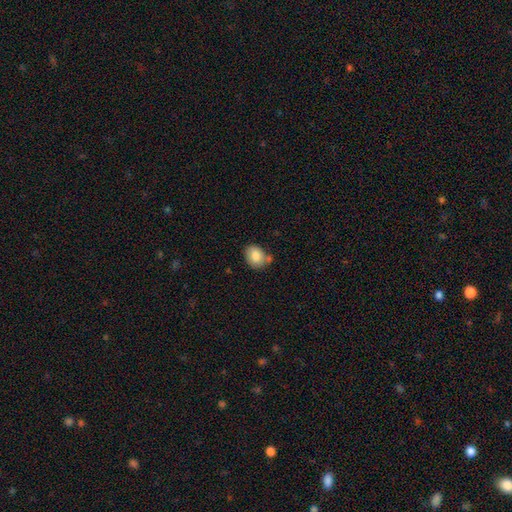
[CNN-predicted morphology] Smooth or featured? smooth (82%)
How rounded? in between (57%)
Merging? none (65%)